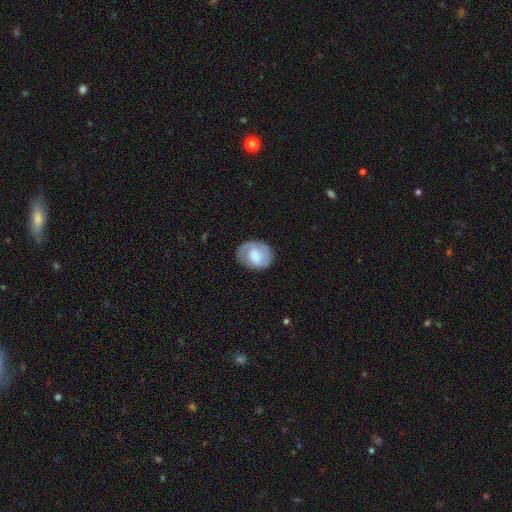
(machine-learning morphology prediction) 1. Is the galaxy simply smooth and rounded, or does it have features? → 55% smooth, 38% featured or disk, 7% star or artifact.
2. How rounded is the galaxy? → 53% round, 46% in between, 1% cigar-shaped.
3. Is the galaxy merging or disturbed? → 74% none, 18% minor disturbance, 7% major disturbance, 1% merger.